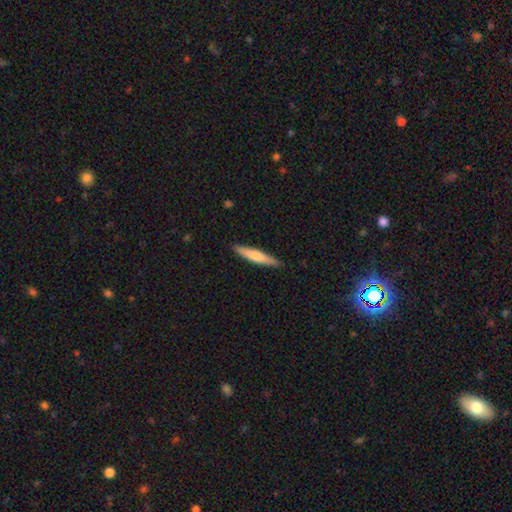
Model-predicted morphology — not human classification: Q: Smooth or featured?
A: smooth (62%); runner-up: featured or disk (33%)
Q: How rounded?
A: cigar-shaped (90%); runner-up: in between (9%)
Q: Merging?
A: none (89%); runner-up: minor disturbance (8%)